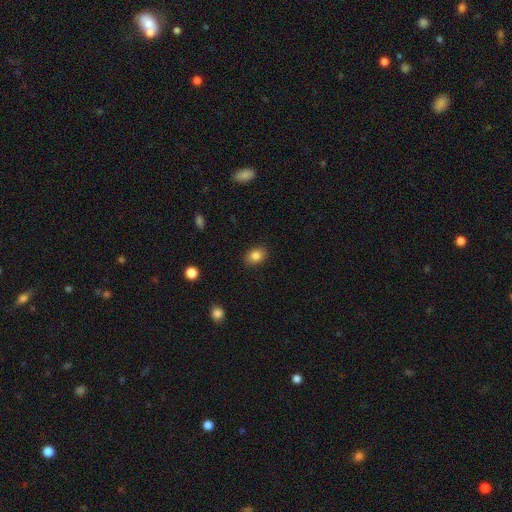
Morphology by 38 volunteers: smooth_or_featured: smooth (p=0.87) [alt: star or artifact p=0.08]
how_rounded: in between (p=0.79) [alt: round p=0.21]
merging: none (p=0.91) [alt: minor disturbance p=0.06]